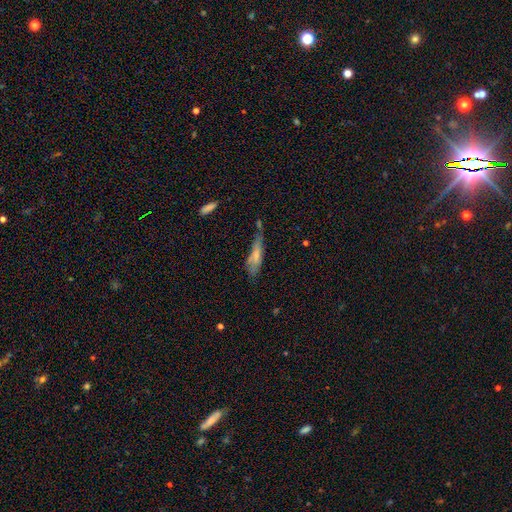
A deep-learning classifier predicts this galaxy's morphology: Smooth or featured? Predicted: smooth (p=0.66). How rounded? Predicted: cigar-shaped (p=0.71). Merging? Predicted: none (p=0.39).